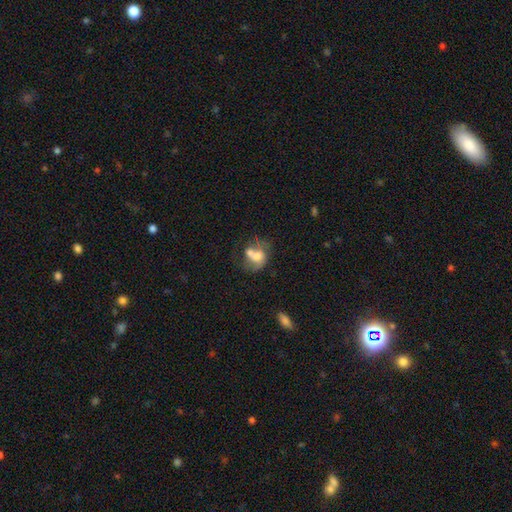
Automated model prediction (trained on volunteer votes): Smooth or featured?
  - smooth: 50% *
  - featured or disk: 41%
  - star or artifact: 10%
Merging?
  - merger: 50% *
  - none: 21%
  - major disturbance: 15%
  - minor disturbance: 14%